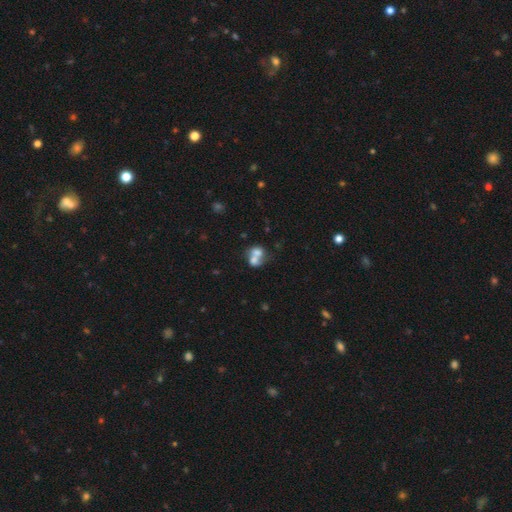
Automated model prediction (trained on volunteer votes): smooth 64%, featured or disk 26%, star or artifact 10%. Down the decision tree: how rounded — round (50%); merging — merger (73%).